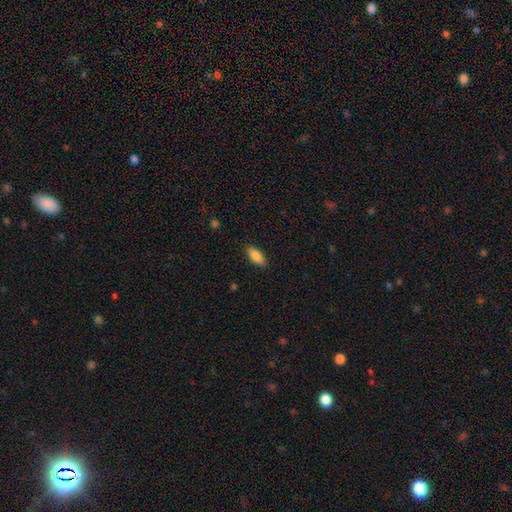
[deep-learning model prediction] smooth 86%, featured or disk 8%, star or artifact 7%. Down the decision tree: how rounded — in between (84%); merging — none (88%).